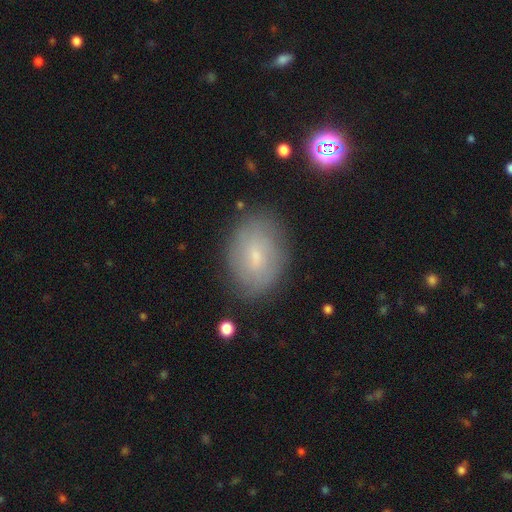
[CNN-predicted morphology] Smooth or featured: smooth — 55% (featured or disk — 35%)
How rounded: in between — 81% (round — 18%)
Merging: none — 79% (minor disturbance — 15%)